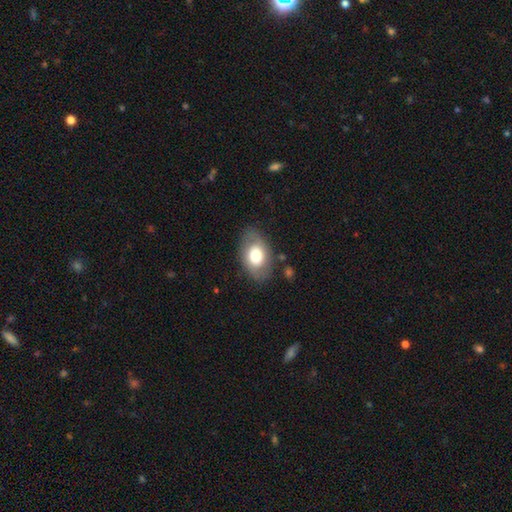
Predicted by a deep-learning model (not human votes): Overall: smooth (63%; featured or disk 30%). How rounded: in between (86%). Merging: none (77%).